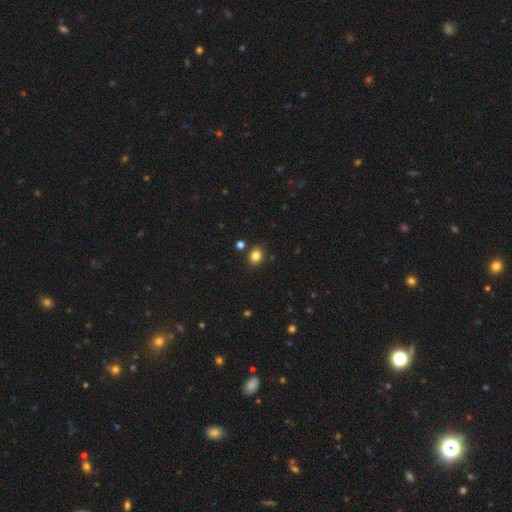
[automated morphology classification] Smooth or featured?
  - smooth: 83% *
  - star or artifact: 12%
  - featured or disk: 5%
How rounded?
  - round: 51% *
  - in between: 48%
  - cigar-shaped: 1%
Merging?
  - none: 85% *
  - minor disturbance: 9%
  - merger: 4%
  - major disturbance: 2%